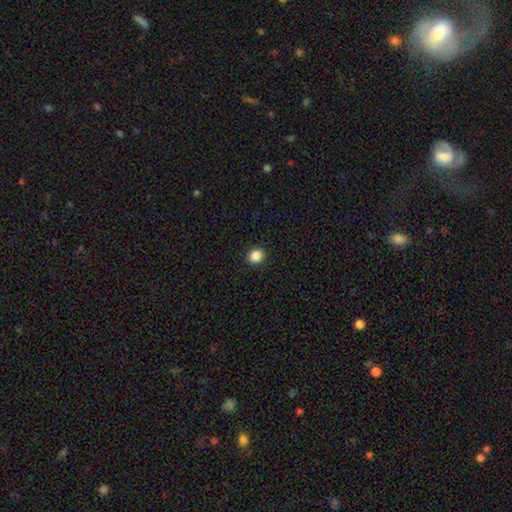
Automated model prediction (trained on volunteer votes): Smooth or featured? smooth (87%)
How rounded? round (71%)
Merging? none (91%)